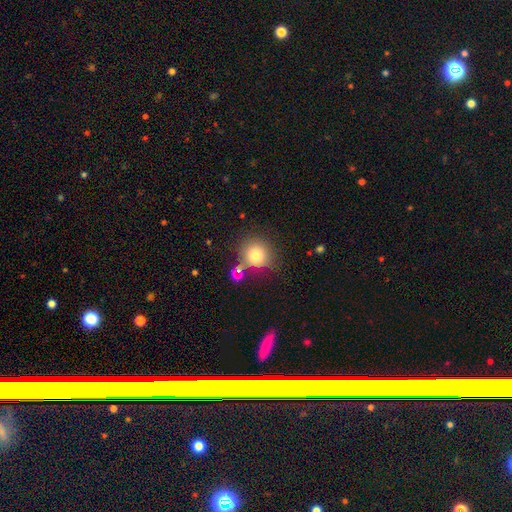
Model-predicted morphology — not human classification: smooth-or-featured: smooth: 77% | star or artifact: 12% | featured or disk: 11%
  how-rounded: round: 88% | in between: 11% | cigar-shaped: 1%
  merging: none: 66% | minor disturbance: 14% | merger: 14% | major disturbance: 6%